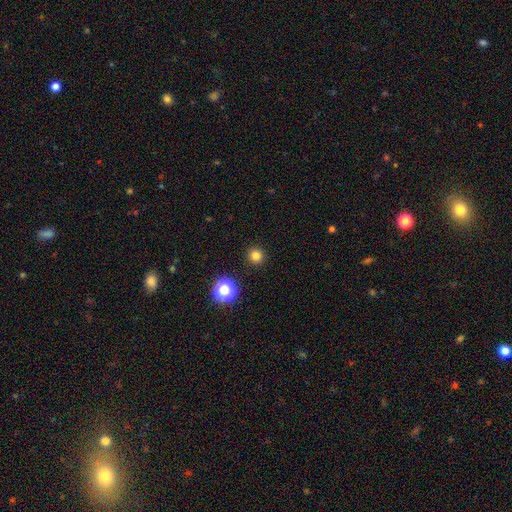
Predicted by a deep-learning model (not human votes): This appears to be a smooth galaxy with no disk features (80%) that is round (96%). Merging: none (93%).